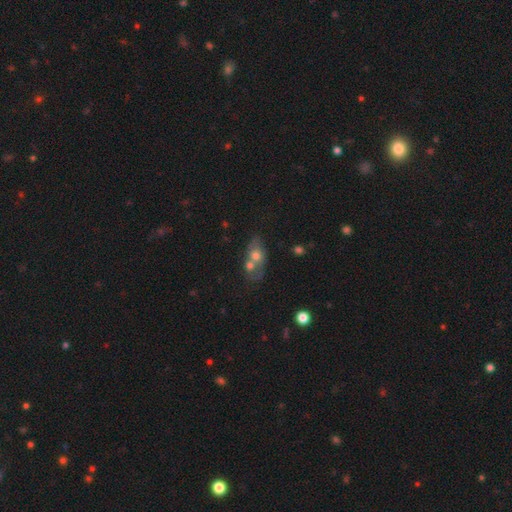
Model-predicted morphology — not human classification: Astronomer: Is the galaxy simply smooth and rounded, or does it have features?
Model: smooth — 61%.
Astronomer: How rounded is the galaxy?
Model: in between — 64%.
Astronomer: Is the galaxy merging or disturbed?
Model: merger — 58%.